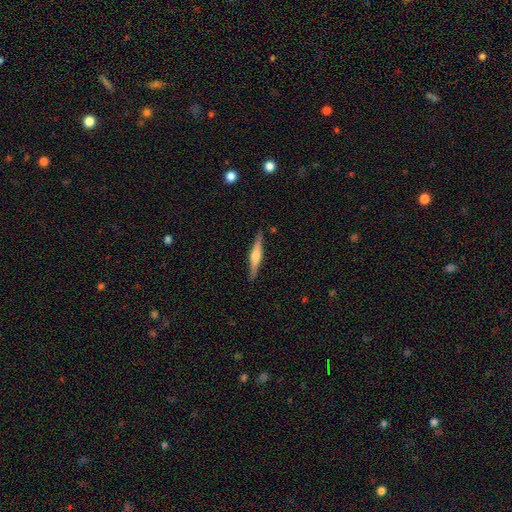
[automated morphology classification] This is likely a featured or disk galaxy (69%). It is clearly viewed edge-on (98%). Edge-on bulge: clearly rounded (81%). Merging: clearly none (89%).